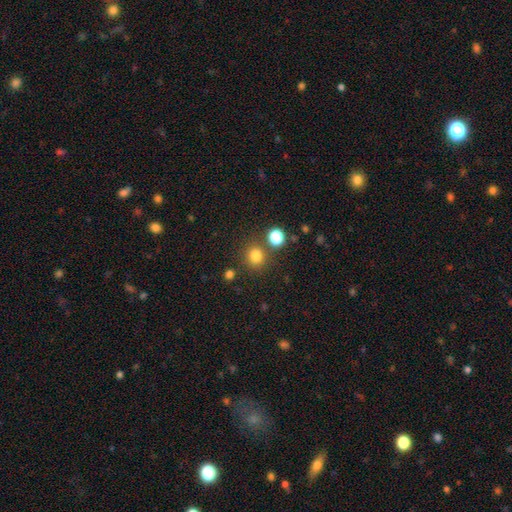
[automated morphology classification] smooth-or-featured: smooth: 80% | star or artifact: 15% | featured or disk: 5%
  how-rounded: round: 89% | in between: 10% | cigar-shaped: 1%
  merging: none: 79% | merger: 9% | minor disturbance: 8% | major disturbance: 3%